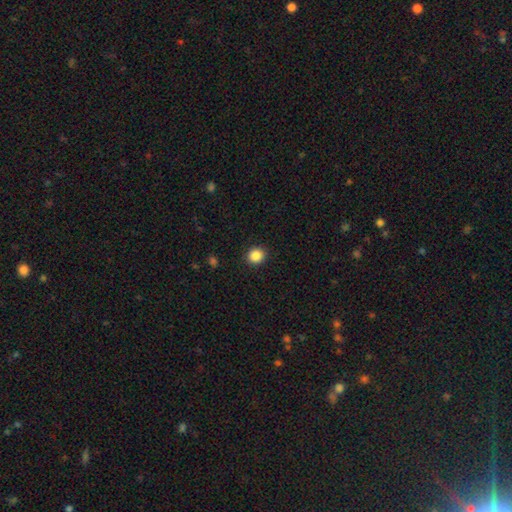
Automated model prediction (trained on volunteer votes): A smooth galaxy with no disk features (86%) that is round (85%).

Vote fractions:
- Smooth or featured? smooth: 86% / star or artifact: 10% / featured or disk: 3%
- How rounded? round: 85% / in between: 14% / cigar-shaped: 1%
- Merging? none: 91% / minor disturbance: 6% / major disturbance: 2% / merger: 1%